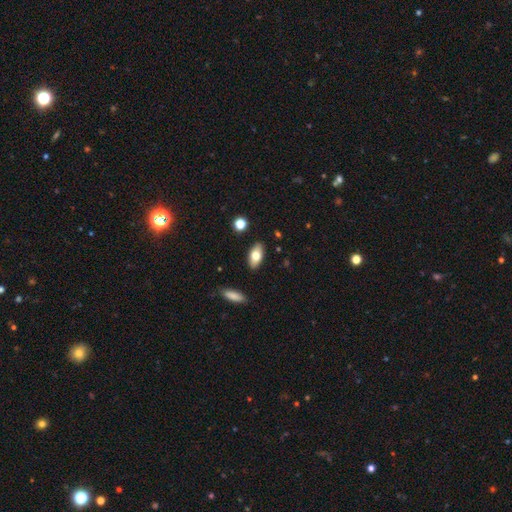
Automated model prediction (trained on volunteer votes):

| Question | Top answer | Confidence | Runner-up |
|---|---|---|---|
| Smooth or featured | smooth | 74% | featured or disk (19%) |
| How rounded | in between | 89% | cigar-shaped (7%) |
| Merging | none | 87% | minor disturbance (9%) |